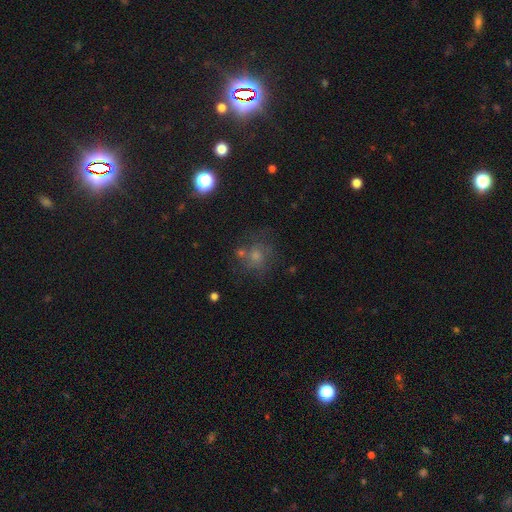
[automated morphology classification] Overall: smooth (46%; featured or disk 28%). Merging: none (60%).